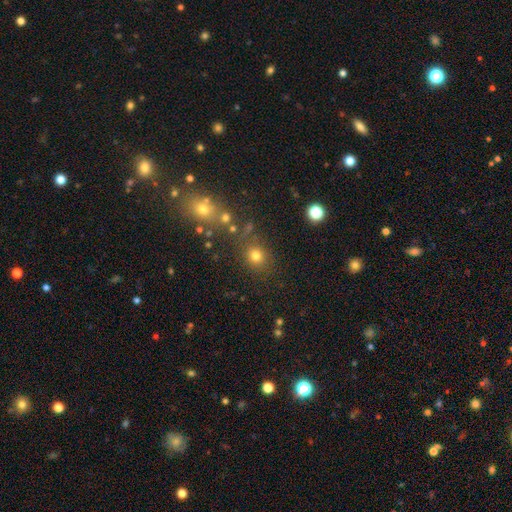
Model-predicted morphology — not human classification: type=smooth (75%); roundness=round (80%); merging=none (77%).